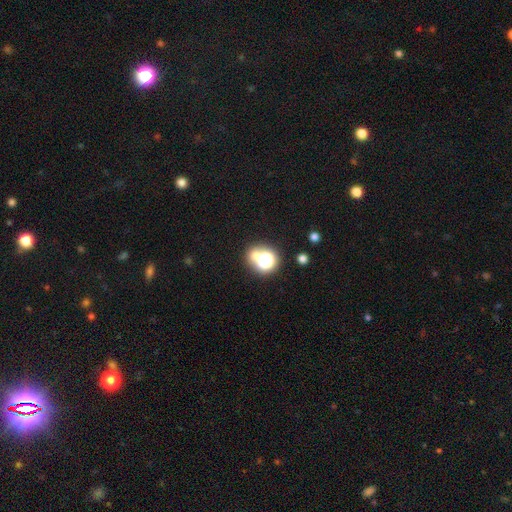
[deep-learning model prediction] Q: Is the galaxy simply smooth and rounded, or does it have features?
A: smooth — 51%.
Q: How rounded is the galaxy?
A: round — 77%.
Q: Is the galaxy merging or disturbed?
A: none — 61%.